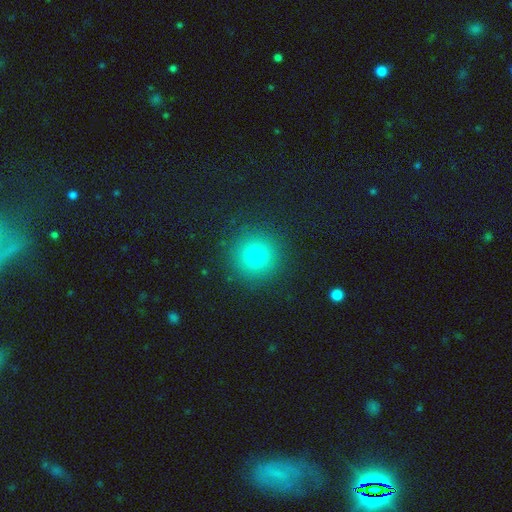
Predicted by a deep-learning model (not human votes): Smooth or featured?
  - smooth: 77% *
  - star or artifact: 15%
  - featured or disk: 8%
How rounded?
  - round: 95% *
  - in between: 4%
  - cigar-shaped: 1%
Merging?
  - none: 90% *
  - minor disturbance: 6%
  - major disturbance: 3%
  - merger: 1%